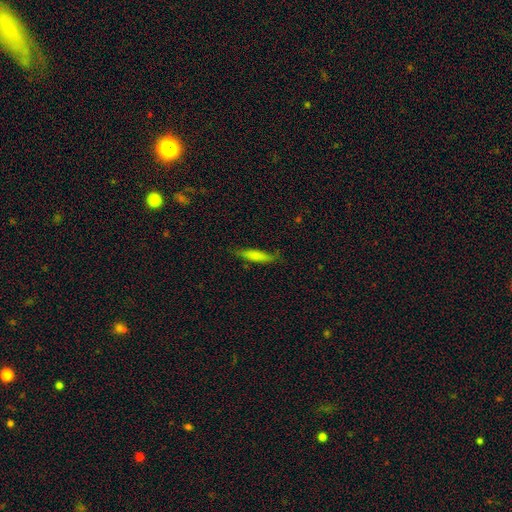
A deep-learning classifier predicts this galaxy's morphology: A smooth galaxy with no disk features (74%) that is cigar-shaped (78%). Merging: none (72%).